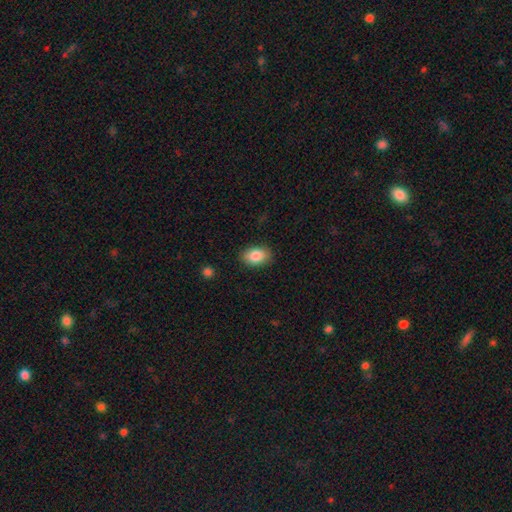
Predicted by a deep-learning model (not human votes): Smooth or featured: smooth — 85% (star or artifact — 8%)
How rounded: in between — 86% (round — 12%)
Merging: none — 88% (minor disturbance — 9%)